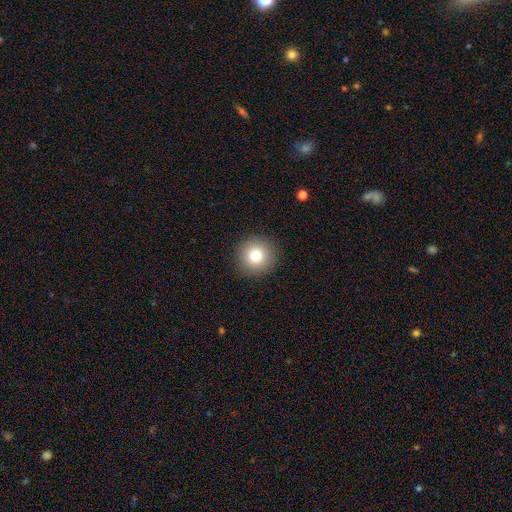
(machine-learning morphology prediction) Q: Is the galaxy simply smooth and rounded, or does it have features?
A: smooth — 79%.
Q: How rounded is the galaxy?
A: round — 95%.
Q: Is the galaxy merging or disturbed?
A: none — 92%.